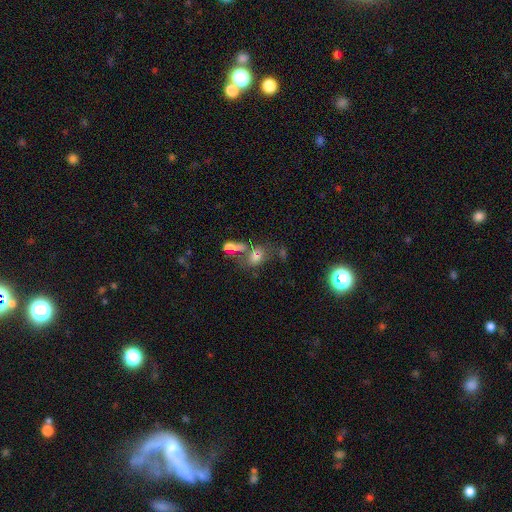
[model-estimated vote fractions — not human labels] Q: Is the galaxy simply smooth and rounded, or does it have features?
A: smooth — 65%.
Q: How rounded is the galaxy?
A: in between — 73%.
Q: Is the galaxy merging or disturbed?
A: merger — 38%.